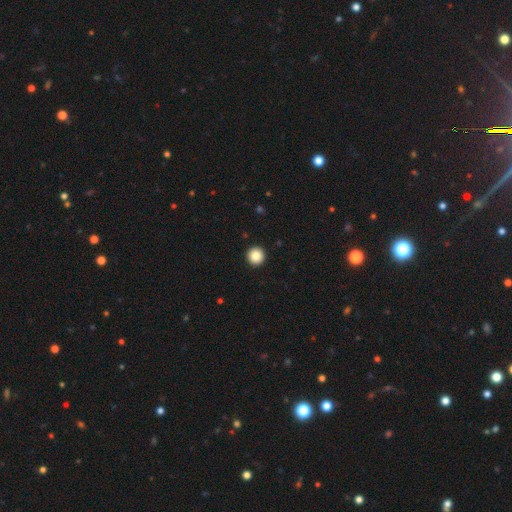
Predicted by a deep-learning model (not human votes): Smooth or featured?
  - smooth: 86% *
  - star or artifact: 9%
  - featured or disk: 5%
How rounded?
  - round: 96% *
  - in between: 3%
  - cigar-shaped: 1%
Merging?
  - none: 94% *
  - minor disturbance: 4%
  - major disturbance: 1%
  - merger: 1%